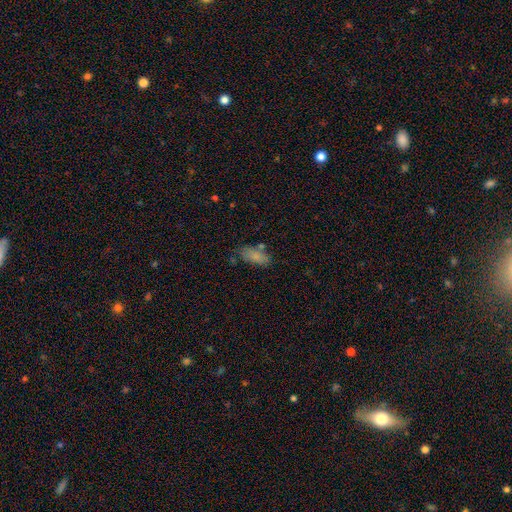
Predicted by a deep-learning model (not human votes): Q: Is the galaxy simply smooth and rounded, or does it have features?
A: smooth — 82%.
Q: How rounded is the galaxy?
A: in between — 83%.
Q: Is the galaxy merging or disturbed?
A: none — 66%.